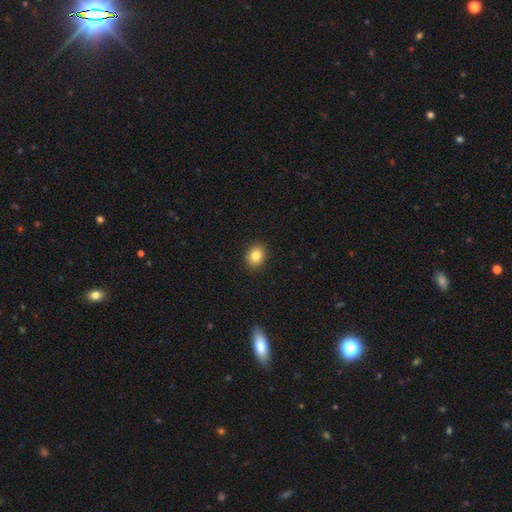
Q: Smooth or featured?
A: smooth (92%); runner-up: star or artifact (5%)
Q: How rounded?
A: round (51%); runner-up: in between (49%)
Q: Merging?
A: none (94%); runner-up: minor disturbance (3%)